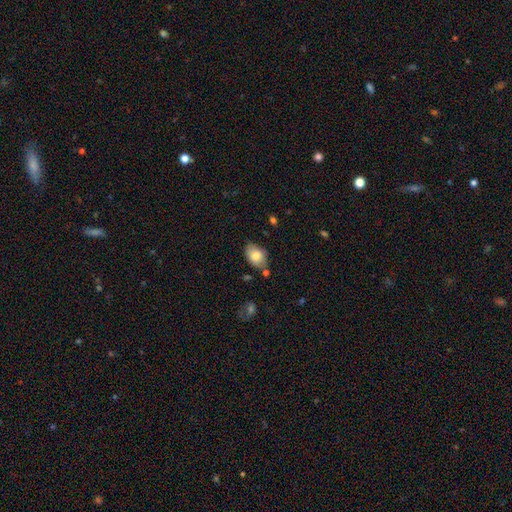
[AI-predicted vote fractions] Q: Smooth or featured?
A: smooth (77%); runner-up: featured or disk (15%)
Q: How rounded?
A: in between (88%); runner-up: round (11%)
Q: Merging?
A: none (73%); runner-up: minor disturbance (18%)